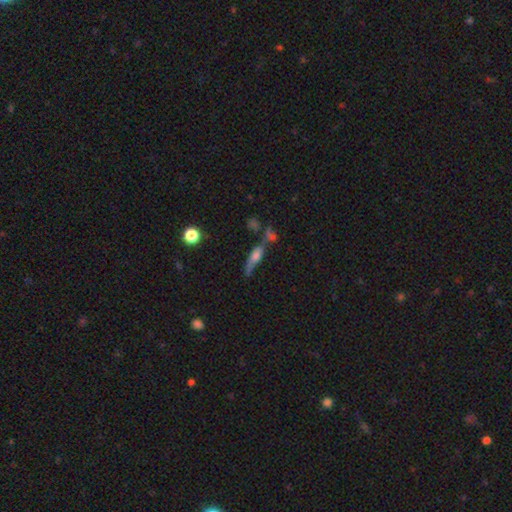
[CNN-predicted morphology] A smooth galaxy with no disk features (48%). Merging: none (40%).